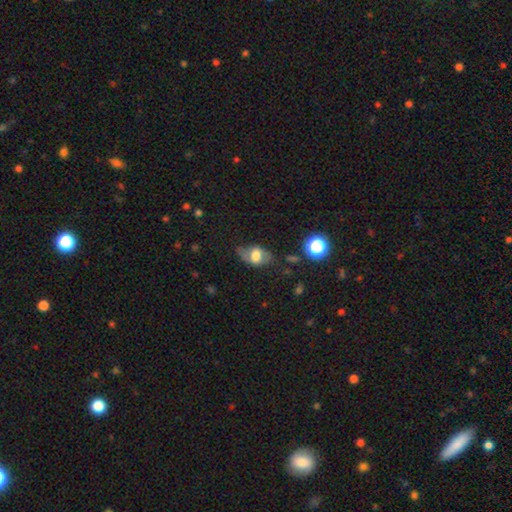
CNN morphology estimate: smooth-or-featured: smooth: 56% | featured or disk: 34% | star or artifact: 10%
  how-rounded: in between: 82% | round: 15% | cigar-shaped: 3%
  merging: none: 62% | minor disturbance: 25% | major disturbance: 10% | merger: 3%